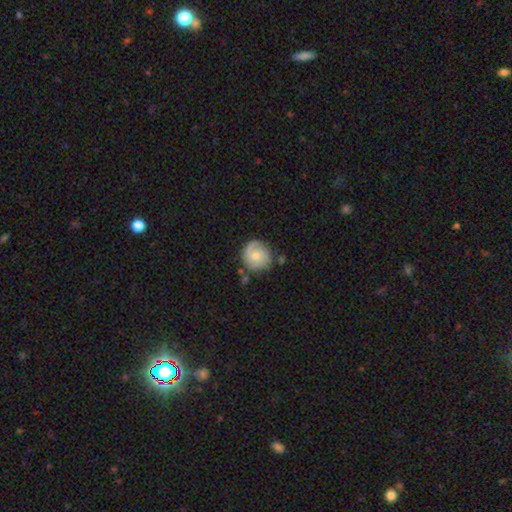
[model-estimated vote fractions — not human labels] Q: Smooth or featured?
A: featured or disk (61%); runner-up: smooth (32%)
Q: Edge-on disk?
A: no (98%); runner-up: yes (2%)
Q: Bar?
A: no (67%); runner-up: weak (30%)
Q: Spiral arms?
A: yes (91%); runner-up: no (9%)
Q: Spiral winding?
A: tight (49%); runner-up: medium (37%)
Q: Spiral arm count?
A: 2 (56%); runner-up: can't tell (16%)
Q: Bulge size?
A: moderate (46%); runner-up: small (44%)
Q: Merging?
A: none (69%); runner-up: minor disturbance (19%)